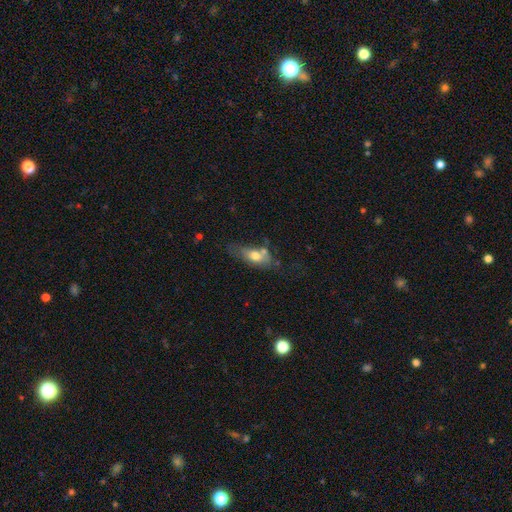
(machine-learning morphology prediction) Smooth or featured: smooth — 63% (featured or disk — 30%)
How rounded: in between — 80% (cigar-shaped — 15%)
Merging: none — 39% (minor disturbance — 27%)